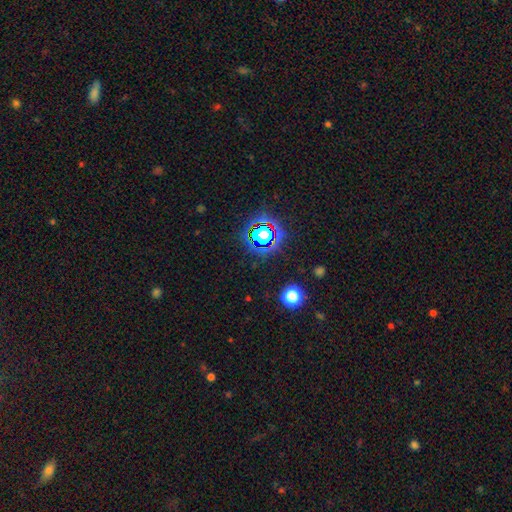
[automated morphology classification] Smooth or featured? star or artifact (76%)